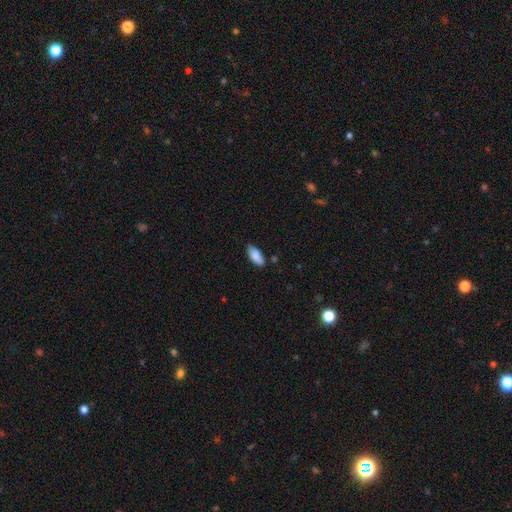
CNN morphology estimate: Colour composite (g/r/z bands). It shows a smooth galaxy with no disk features (87%) that is in between round and cigar-shaped (86%). Merging: none (81%).